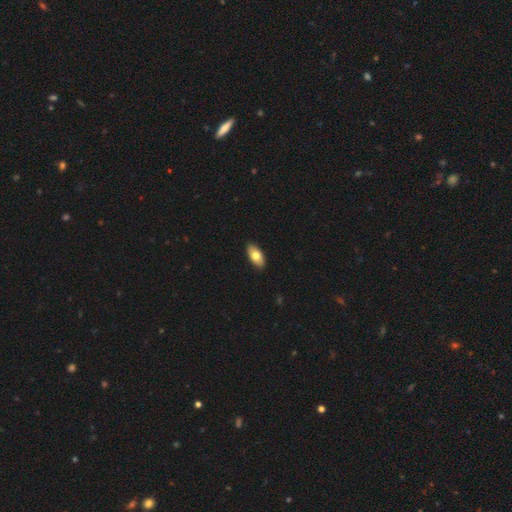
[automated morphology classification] This is likely a smooth galaxy (74%). How rounded: clearly in between (92%). Merging: clearly none (90%).